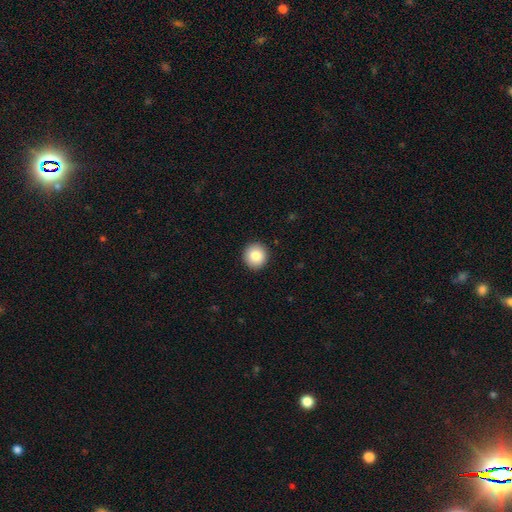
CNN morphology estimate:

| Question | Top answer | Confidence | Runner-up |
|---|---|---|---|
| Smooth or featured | smooth | 84% | star or artifact (8%) |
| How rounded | round | 90% | in between (9%) |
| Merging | none | 92% | minor disturbance (5%) |